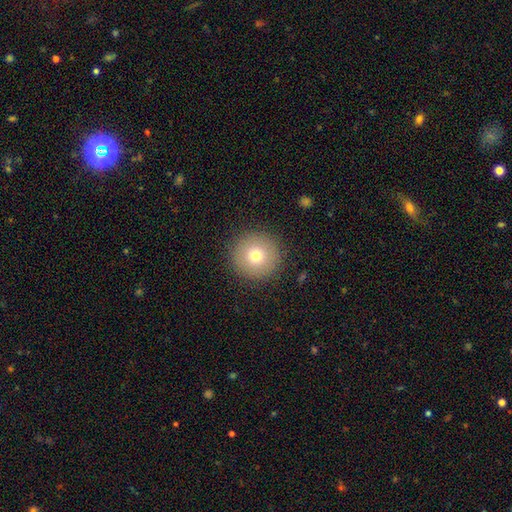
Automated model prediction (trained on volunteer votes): smooth 75%, featured or disk 14%, star or artifact 11%. Down the decision tree: how rounded — round (96%); merging — none (91%).